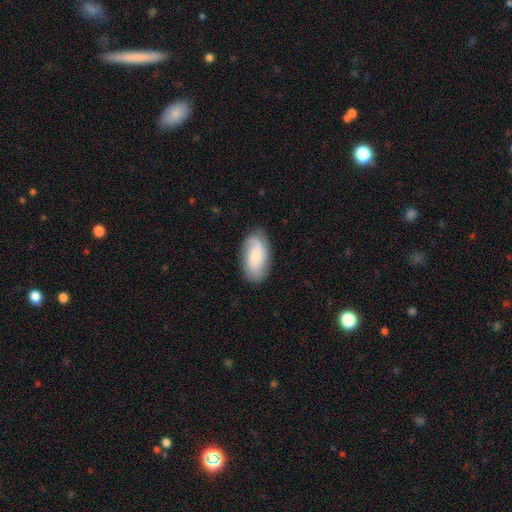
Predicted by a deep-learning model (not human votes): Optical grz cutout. It shows a featured or disk galaxy (47%). Merging: none (77%).